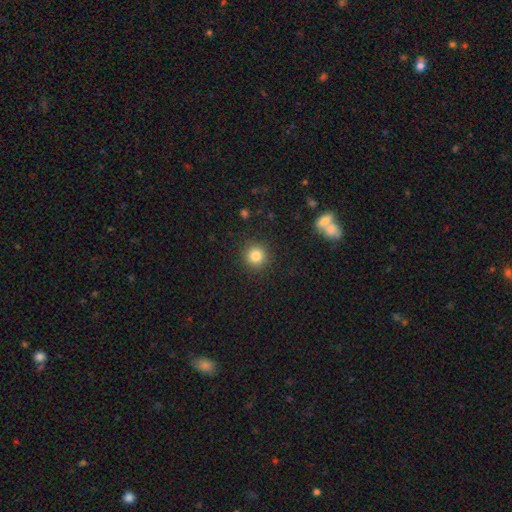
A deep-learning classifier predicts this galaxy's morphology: smooth 83%, star or artifact 11%, featured or disk 5%. Down the decision tree: how rounded — round (94%); merging — none (91%).